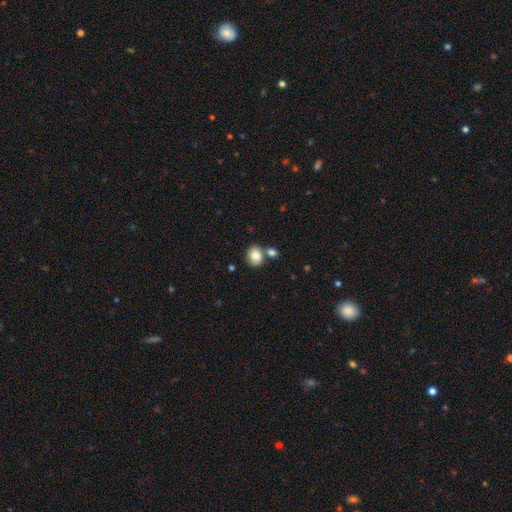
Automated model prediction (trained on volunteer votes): Smooth or featured: smooth — 83% (featured or disk — 9%)
How rounded: round — 62% (in between — 37%)
Merging: none — 61% (merger — 24%)